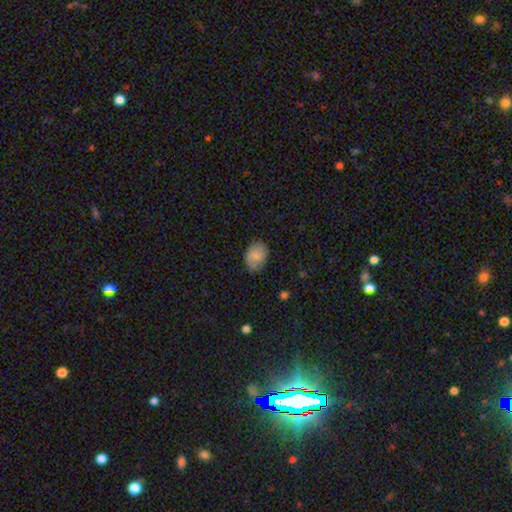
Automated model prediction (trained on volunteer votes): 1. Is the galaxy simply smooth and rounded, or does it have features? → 80% smooth, 13% featured or disk, 8% star or artifact.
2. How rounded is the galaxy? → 71% in between, 28% round, 1% cigar-shaped.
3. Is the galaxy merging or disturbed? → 72% none, 23% minor disturbance, 4% major disturbance, 1% merger.